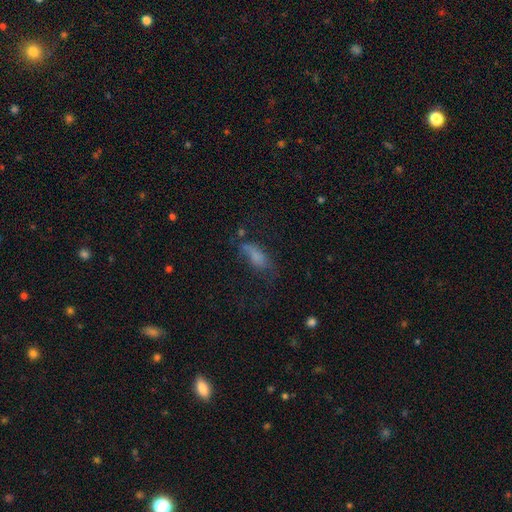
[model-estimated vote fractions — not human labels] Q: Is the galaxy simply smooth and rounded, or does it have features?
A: smooth — 63%.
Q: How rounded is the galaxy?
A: in between — 74%.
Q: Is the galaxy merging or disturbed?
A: none — 37%.